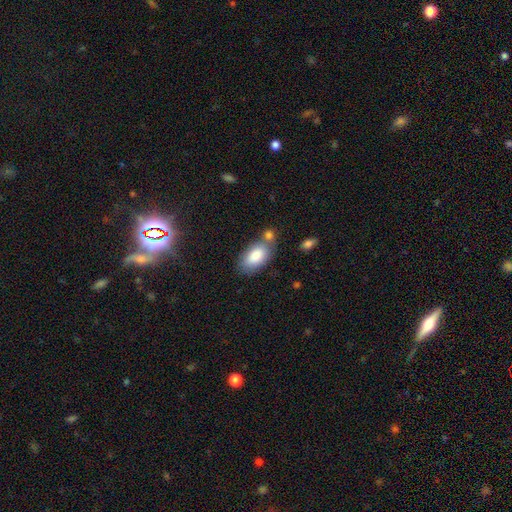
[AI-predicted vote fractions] Overall: smooth (83%). How rounded: in between (94%). Merging: none (56%; merger 23%).